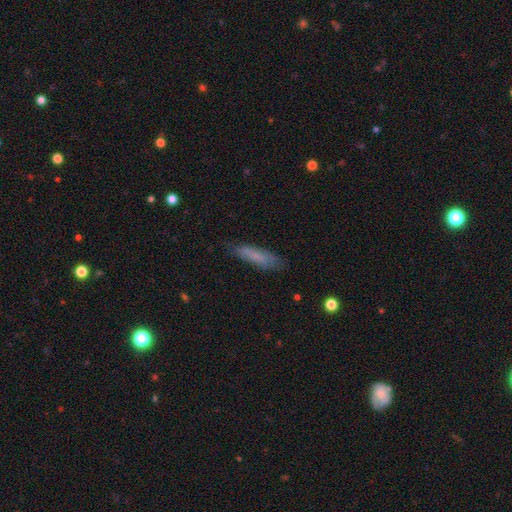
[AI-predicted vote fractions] smooth 72%, featured or disk 20%, star or artifact 8%. Down the decision tree: how rounded — cigar-shaped (76%); merging — none (78%).